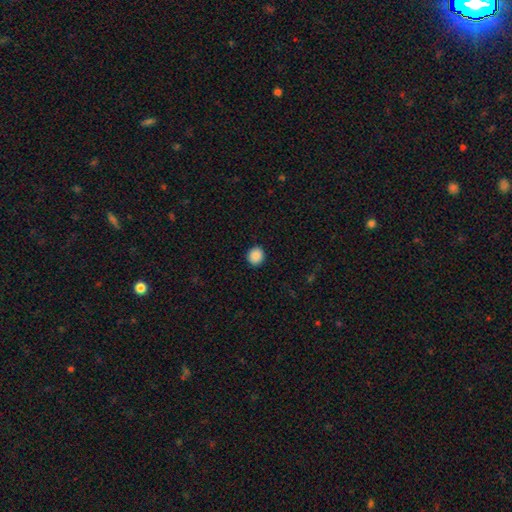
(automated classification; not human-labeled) Overall: smooth (89%). How rounded: round (84%). Merging: none (92%).